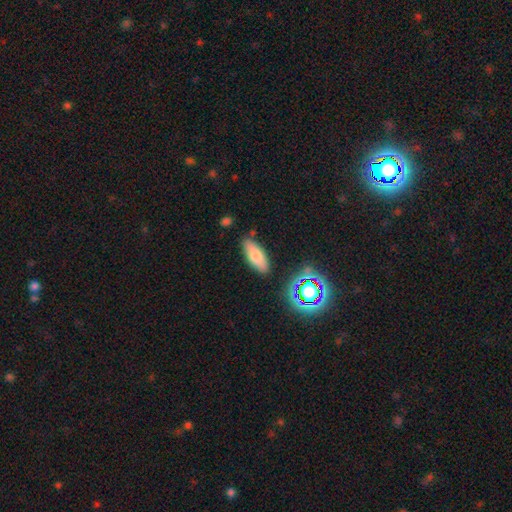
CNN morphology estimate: This is likely a smooth galaxy (75%). How rounded: likely in between (75%). Merging: clearly none (82%).